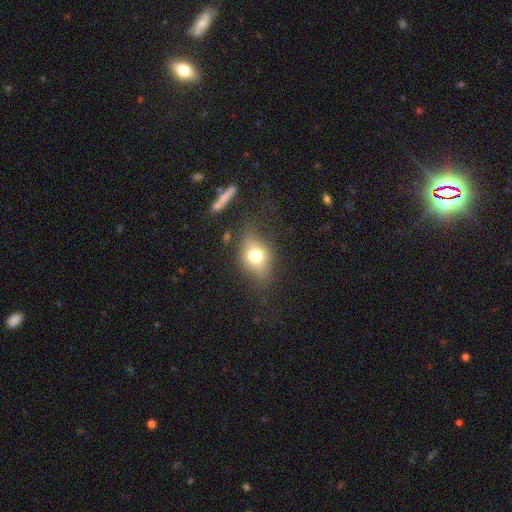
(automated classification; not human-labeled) Smooth or featured: smooth — 64% (featured or disk — 25%)
How rounded: in between — 64% (round — 32%)
Merging: none — 63% (minor disturbance — 22%)